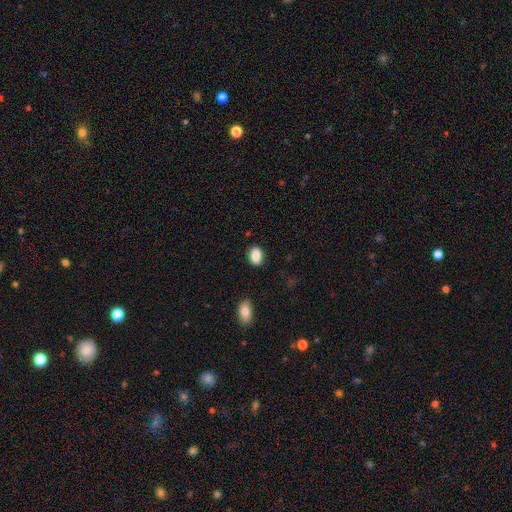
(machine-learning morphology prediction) type=smooth (87%); roundness=in between (83%); merging=none (85%).